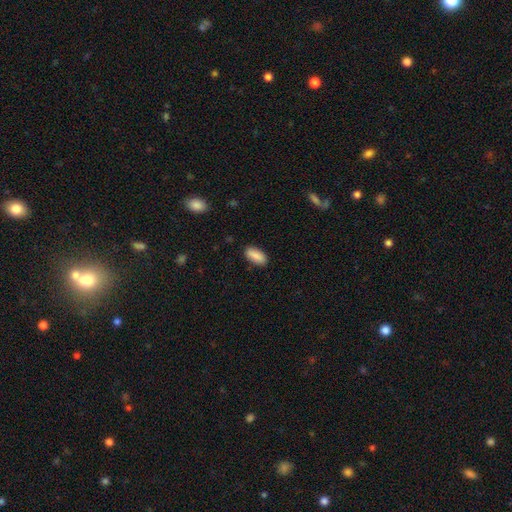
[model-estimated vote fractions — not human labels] smooth 88%, star or artifact 6%, featured or disk 5%. Down the decision tree: how rounded — in between (87%); merging — none (87%).